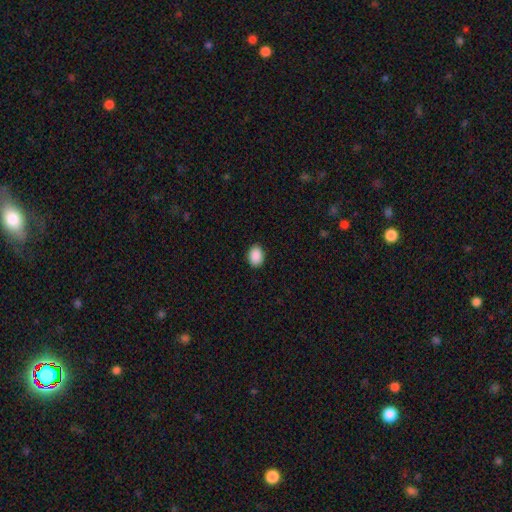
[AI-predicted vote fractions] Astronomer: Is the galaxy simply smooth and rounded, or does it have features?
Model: smooth — 90%.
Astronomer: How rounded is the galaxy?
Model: in between — 72%.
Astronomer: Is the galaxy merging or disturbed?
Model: none — 90%.